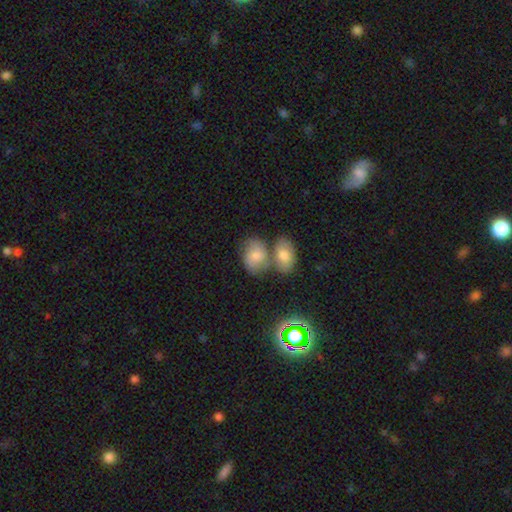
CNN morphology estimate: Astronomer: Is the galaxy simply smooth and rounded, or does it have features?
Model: smooth — 68%.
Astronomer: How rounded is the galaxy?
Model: in between — 73%.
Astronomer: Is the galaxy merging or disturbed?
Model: merger — 42% (runner-up: none, 37%).